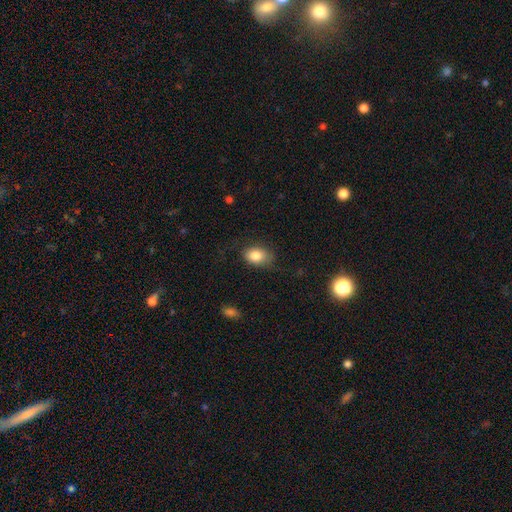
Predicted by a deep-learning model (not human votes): Smooth or featured: smooth — 83% (star or artifact — 8%)
How rounded: in between — 76% (round — 23%)
Merging: none — 71% (minor disturbance — 21%)